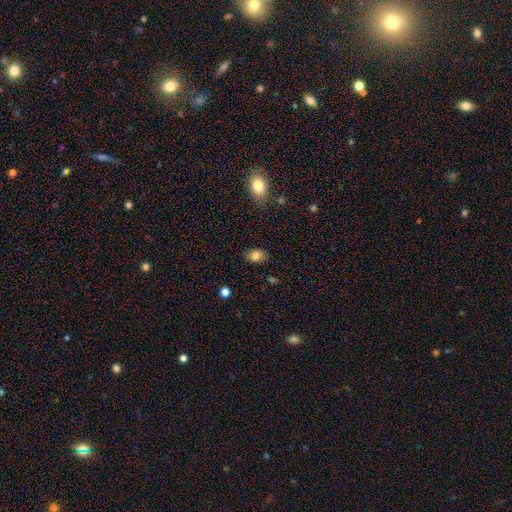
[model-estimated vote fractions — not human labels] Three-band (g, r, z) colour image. It shows a smooth galaxy with no disk features (81%) that is in between round and cigar-shaped (81%). Merging: none (80%).